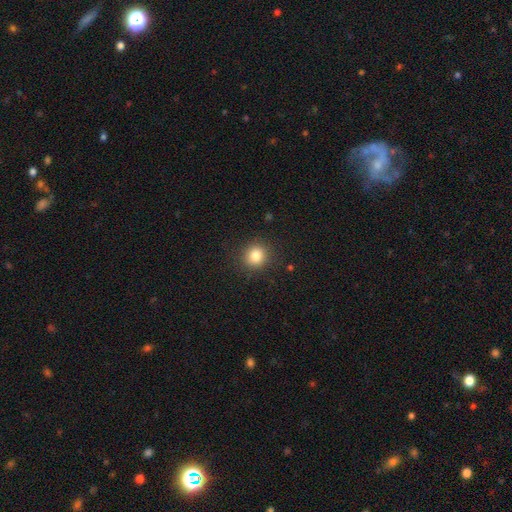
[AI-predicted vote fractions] smooth_or_featured: smooth (p=0.82) [alt: star or artifact p=0.12]
how_rounded: round (p=0.89) [alt: in between p=0.10]
merging: none (p=0.89) [alt: minor disturbance p=0.07]